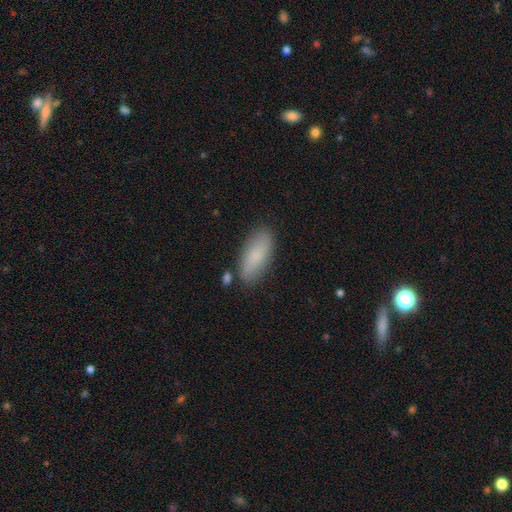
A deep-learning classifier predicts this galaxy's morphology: Smooth or featured: smooth — 80% (featured or disk — 13%)
How rounded: in between — 78% (cigar-shaped — 20%)
Merging: none — 80% (minor disturbance — 14%)